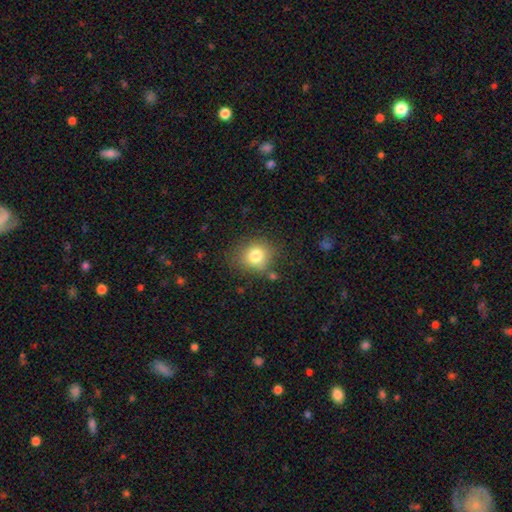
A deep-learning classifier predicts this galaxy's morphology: smooth 79%, star or artifact 12%, featured or disk 9%. Down the decision tree: how rounded — round (79%); merging — none (76%).